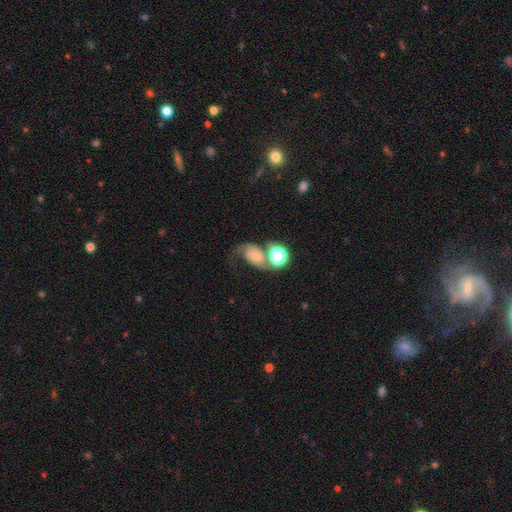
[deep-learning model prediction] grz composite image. It shows a featured or disk galaxy (51%). Merging: merger (33%).